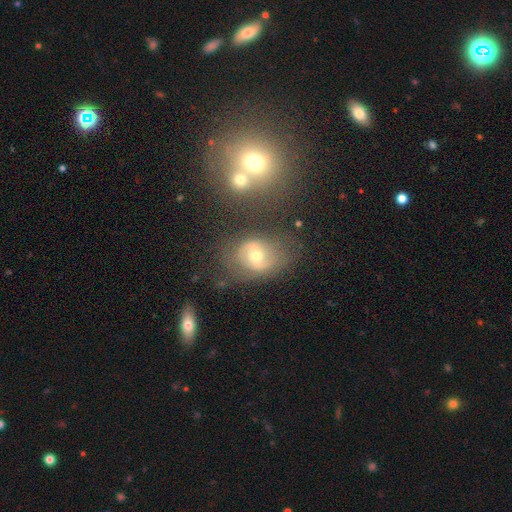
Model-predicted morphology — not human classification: A featured or disk galaxy (58%) with no bar (53%), spiral arms (71%) and a moderate central bulge (63%). Merging: none (60%).